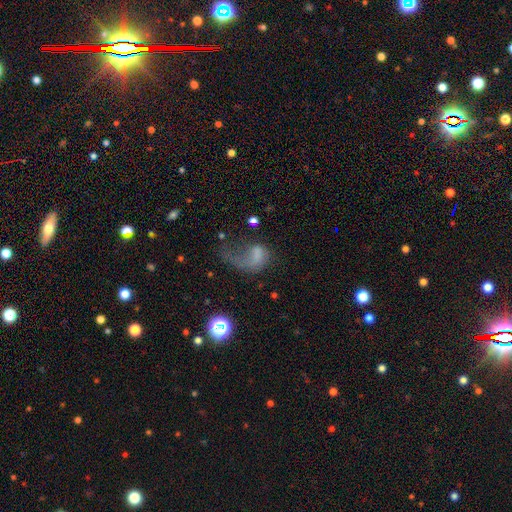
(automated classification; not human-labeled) Smooth or featured? Predicted: smooth (p=0.46). Merging? Predicted: major disturbance (p=0.63).